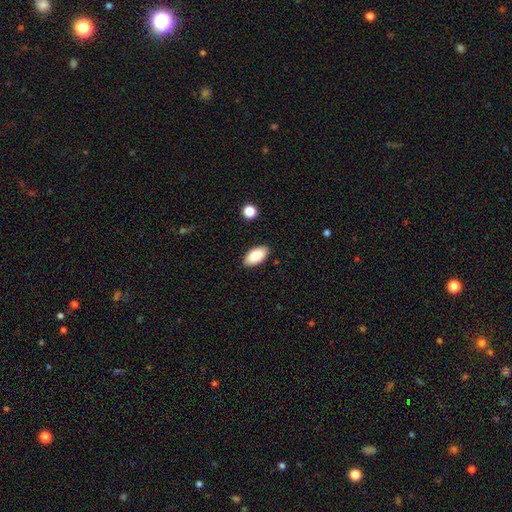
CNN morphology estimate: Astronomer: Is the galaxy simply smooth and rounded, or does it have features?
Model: smooth — 87%.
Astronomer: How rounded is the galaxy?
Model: in between — 95%.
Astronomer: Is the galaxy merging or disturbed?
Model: none — 87%.